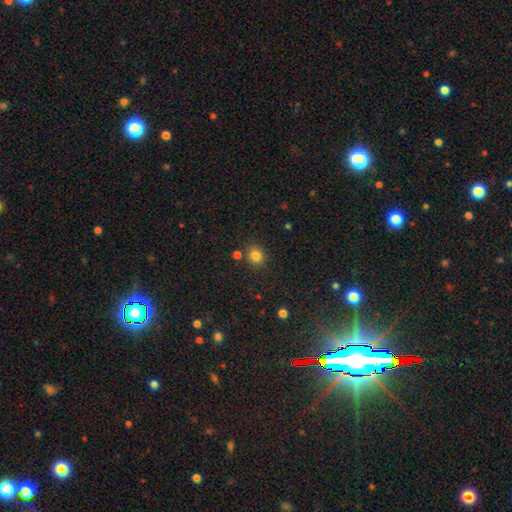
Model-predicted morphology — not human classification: The model was most divided on "smooth or featured": smooth: 82%, star or artifact: 12%, featured or disk: 5%. More confident: how rounded — round (85%); merging — none (84%).